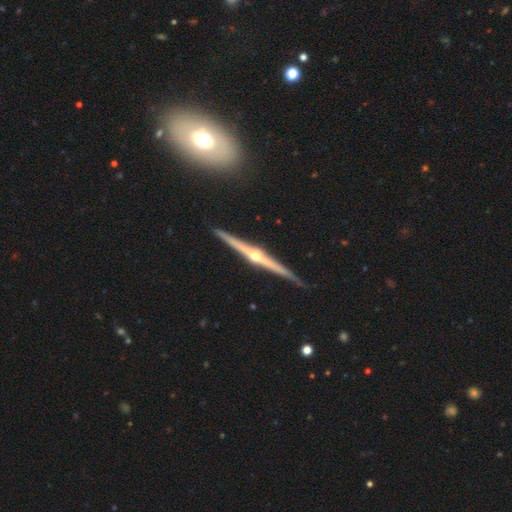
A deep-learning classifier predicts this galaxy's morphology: Q: Smooth or featured?
A: featured or disk (88%); runner-up: smooth (7%)
Q: Edge-on disk?
A: yes (99%); runner-up: no (1%)
Q: Edge-on bulge?
A: rounded (93%); runner-up: none (4%)
Q: Merging?
A: none (90%); runner-up: minor disturbance (7%)